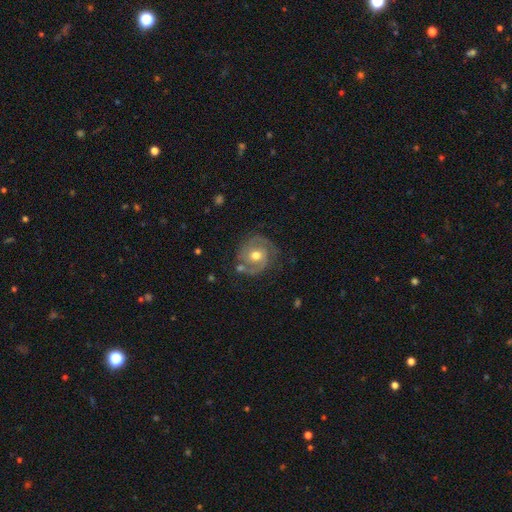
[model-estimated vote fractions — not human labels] smooth_or_featured: featured or disk (p=0.82) [alt: smooth p=0.12]
disk_edge_on: no (p=0.98) [alt: yes p=0.02]
bar: no (p=0.67) [alt: weak p=0.27]
has_spiral_arms: yes (p=0.94) [alt: no p=0.06]
spiral_winding: tight (p=0.45) [alt: medium p=0.44]
spiral_arm_count: 2 (p=0.75) [alt: 3 p=0.09]
bulge_size: moderate (p=0.79) [alt: small p=0.13]
merging: none (p=0.72) [alt: minor disturbance p=0.17]